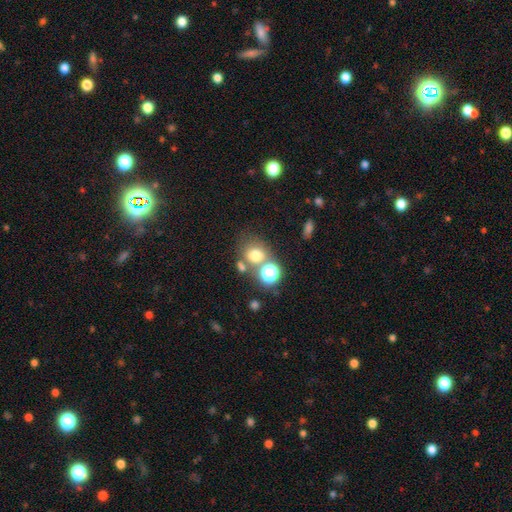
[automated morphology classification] The model was most divided on "merging": none: 52%, merger: 29%, minor disturbance: 12%, major disturbance: 7%. More confident: how rounded — round (71%); smooth or featured — smooth (68%).